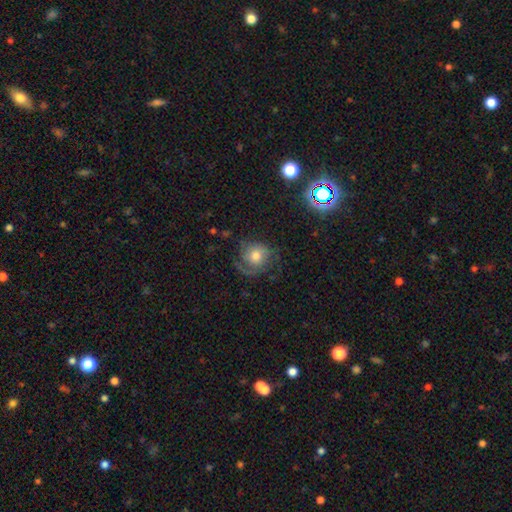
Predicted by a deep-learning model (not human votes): featured or disk 59%, smooth 30%, star or artifact 11%. Down the decision tree: edge-on disk — no (97%); bar — no (78%); spiral arms — yes (89%); spiral arm count — 2 (38%); spiral winding — medium (41%); bulge size — moderate (63%); merging — none (61%).